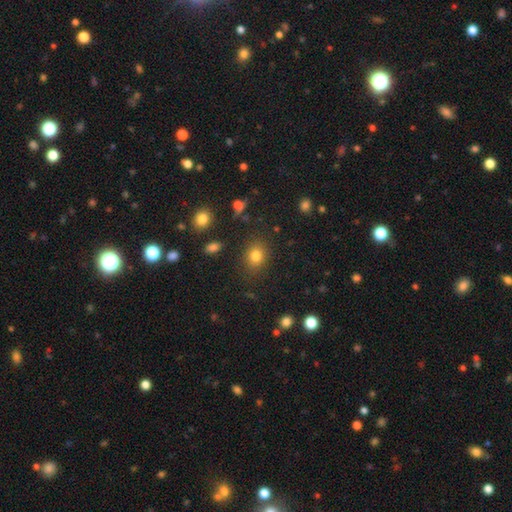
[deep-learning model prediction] A smooth galaxy with no disk features (80%) that is round (54%).

Vote fractions:
- Smooth or featured? smooth: 80% / star or artifact: 13% / featured or disk: 8%
- How rounded? round: 54% / in between: 45% / cigar-shaped: 1%
- Merging? none: 84% / minor disturbance: 10% / major disturbance: 4% / merger: 2%